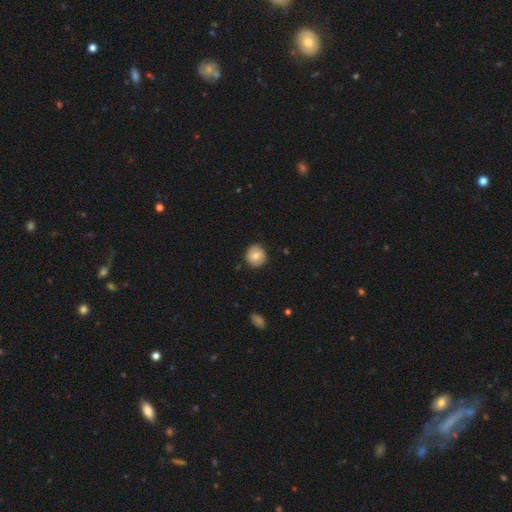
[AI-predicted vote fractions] Smooth or featured?
  - smooth: 76% *
  - featured or disk: 16%
  - star or artifact: 8%
How rounded?
  - round: 90% *
  - in between: 9%
  - cigar-shaped: 1%
Merging?
  - none: 86% *
  - minor disturbance: 11%
  - major disturbance: 2%
  - merger: 1%